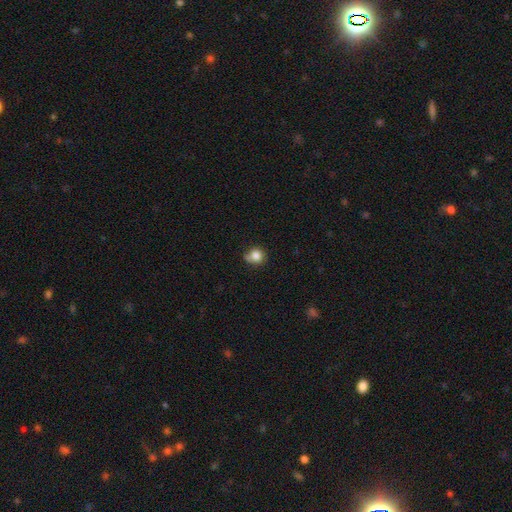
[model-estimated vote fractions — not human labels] A smooth galaxy with no disk features (83%) that is round (84%).

Vote fractions:
- Smooth or featured? smooth: 83% / star or artifact: 10% / featured or disk: 7%
- How rounded? round: 84% / in between: 15% / cigar-shaped: 1%
- Merging? none: 60% / minor disturbance: 22% / merger: 13% / major disturbance: 6%